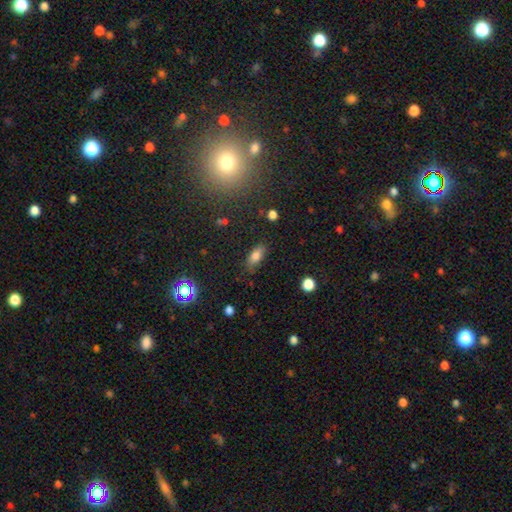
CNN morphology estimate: Smooth or featured? smooth (79%)
How rounded? in between (82%)
Merging? none (78%)